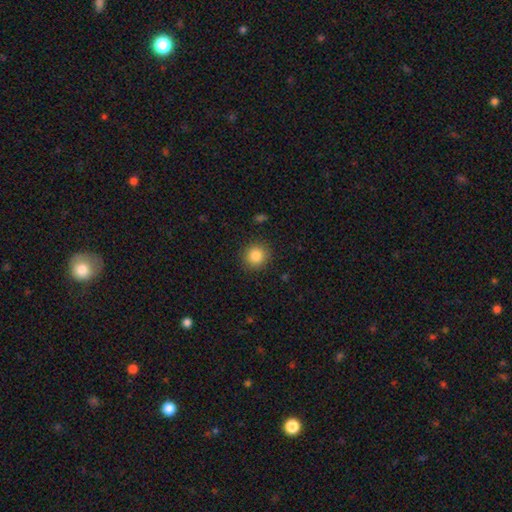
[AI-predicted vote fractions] The model was most divided on "smooth or featured": smooth: 85%, star or artifact: 10%, featured or disk: 5%. More confident: how rounded — round (91%); merging — none (90%).